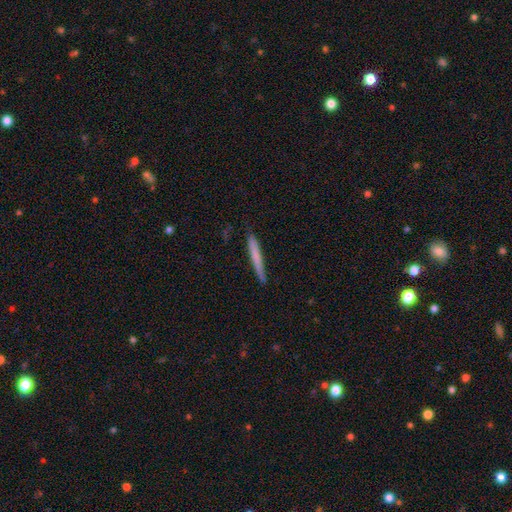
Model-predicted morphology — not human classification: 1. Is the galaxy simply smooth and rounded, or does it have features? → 66% smooth, 28% featured or disk, 6% star or artifact.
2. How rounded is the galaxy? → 97% cigar-shaped, 2% in between, 1% round.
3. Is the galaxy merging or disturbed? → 85% none, 12% minor disturbance, 2% major disturbance, 1% merger.